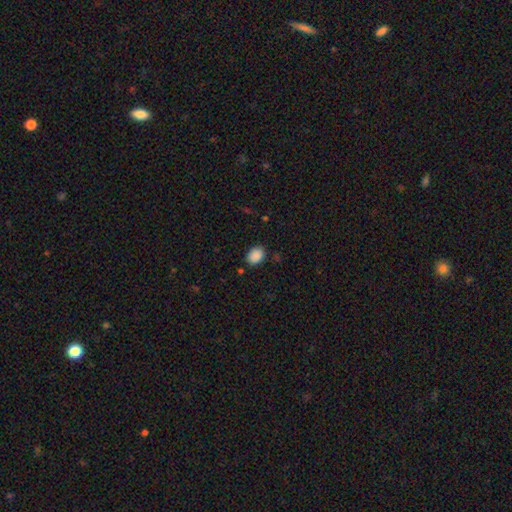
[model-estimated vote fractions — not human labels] Smooth or featured?
  - smooth: 88% *
  - star or artifact: 9%
  - featured or disk: 3%
How rounded?
  - in between: 71% *
  - round: 28%
  - cigar-shaped: 1%
Merging?
  - none: 83% *
  - minor disturbance: 12%
  - major disturbance: 3%
  - merger: 2%